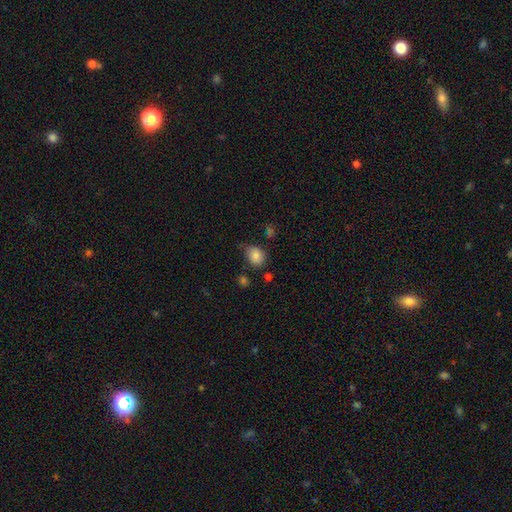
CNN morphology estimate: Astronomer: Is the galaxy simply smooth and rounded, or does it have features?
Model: smooth — 84%.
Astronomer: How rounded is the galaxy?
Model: in between — 51% (runner-up: round, 48%).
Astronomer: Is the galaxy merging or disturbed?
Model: none — 64%.